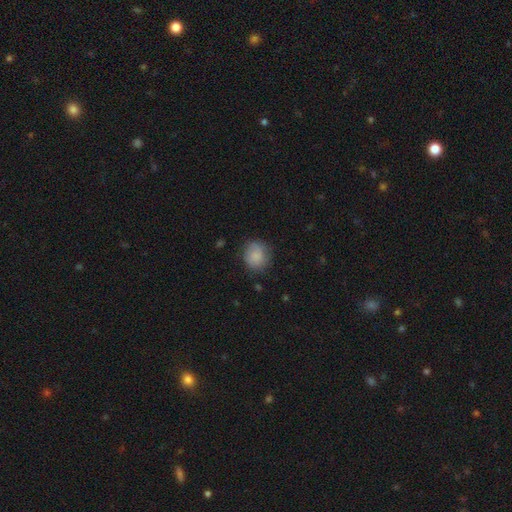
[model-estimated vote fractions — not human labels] Smooth or featured?
  - smooth: 82% *
  - featured or disk: 11%
  - star or artifact: 8%
How rounded?
  - round: 76% *
  - in between: 23%
  - cigar-shaped: 1%
Merging?
  - none: 72% *
  - minor disturbance: 20%
  - major disturbance: 6%
  - merger: 2%